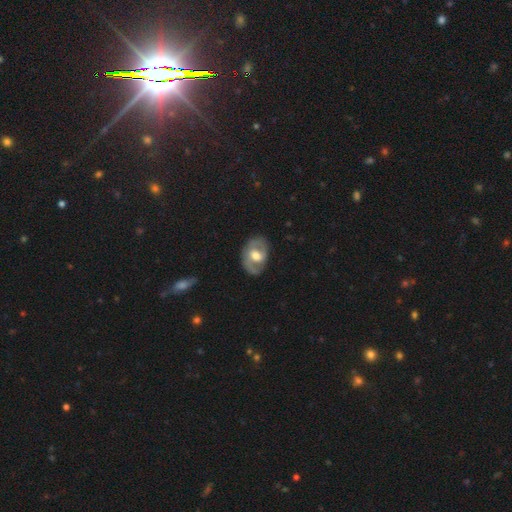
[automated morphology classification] Smooth or featured? featured or disk (68%)
Edge-on disk? no (95%)
Bar? no (46%)
Spiral arms? yes (64%)
Bulge size? moderate (60%)
Merging? none (77%)